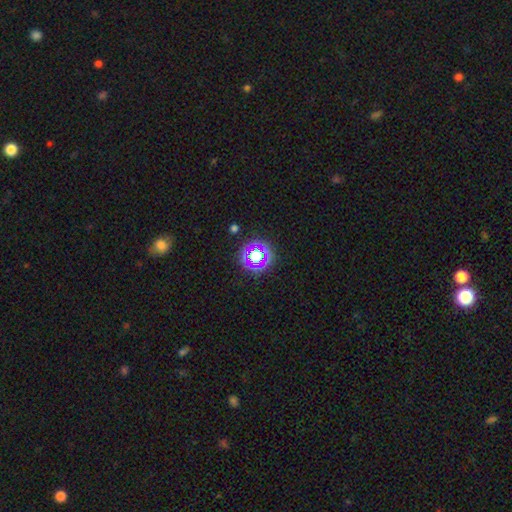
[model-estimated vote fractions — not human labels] Overall: star or artifact (56%; smooth 31%).